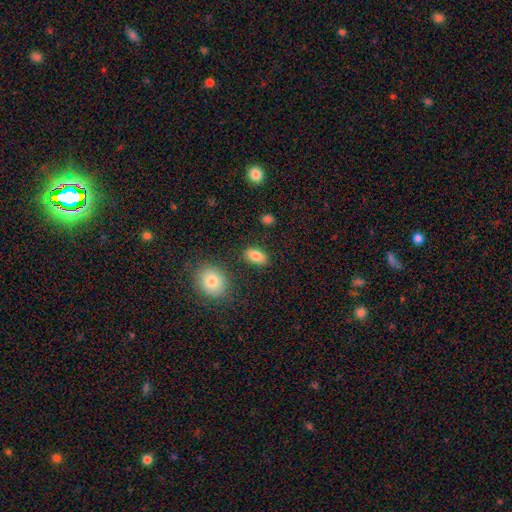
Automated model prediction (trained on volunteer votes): A smooth galaxy with no disk features (85%) that is in between round and cigar-shaped (91%). Merging: none (85%).